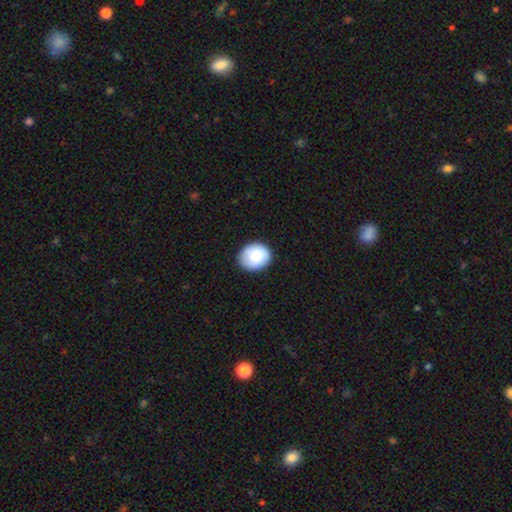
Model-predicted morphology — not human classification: smooth_or_featured: smooth (p=0.82) [alt: featured or disk p=0.11]
how_rounded: round (p=0.59) [alt: in between p=0.40]
merging: none (p=0.85) [alt: minor disturbance p=0.12]